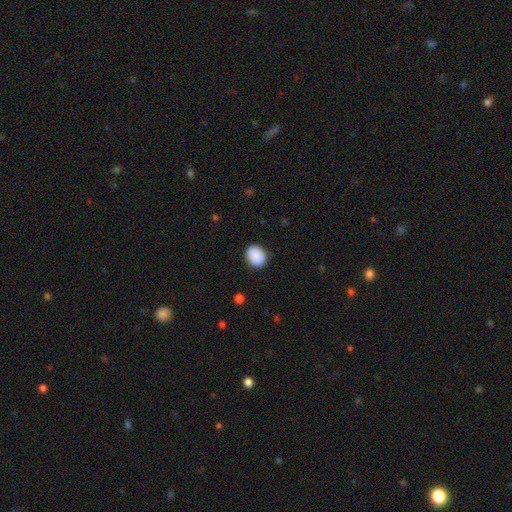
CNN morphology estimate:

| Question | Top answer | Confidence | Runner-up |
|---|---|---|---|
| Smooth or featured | smooth | 90% | star or artifact (7%) |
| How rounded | in between | 51% | round (48%) |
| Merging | none | 86% | minor disturbance (10%) |